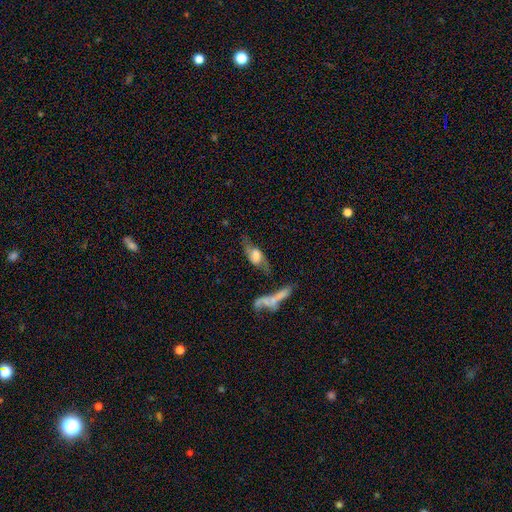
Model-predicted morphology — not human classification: Q: Smooth or featured?
A: featured or disk (61%); runner-up: smooth (30%)
Q: Edge-on disk?
A: no (74%); runner-up: yes (26%)
Q: Merging?
A: none (46%); runner-up: minor disturbance (21%)